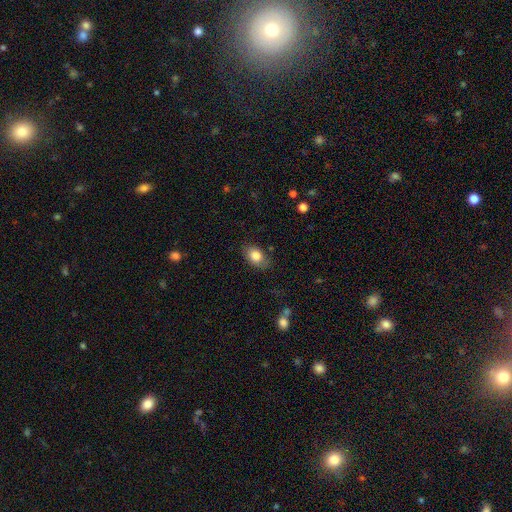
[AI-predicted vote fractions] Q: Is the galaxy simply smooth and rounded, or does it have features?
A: smooth — 82%.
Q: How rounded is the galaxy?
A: in between — 83%.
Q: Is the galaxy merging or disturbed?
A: none — 79%.